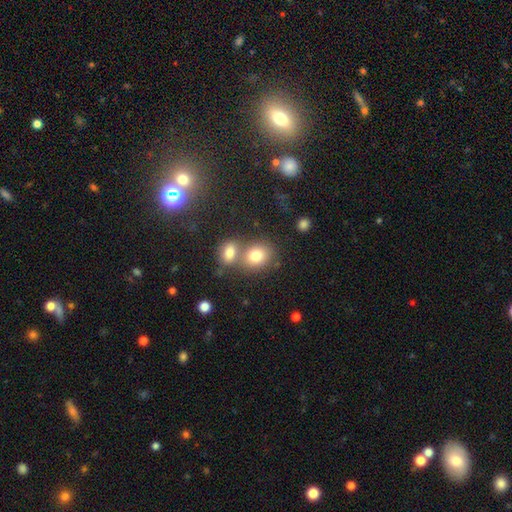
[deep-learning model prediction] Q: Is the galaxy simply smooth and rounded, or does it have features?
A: smooth — 79%.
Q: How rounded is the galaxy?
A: round — 52%.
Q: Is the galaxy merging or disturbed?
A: none — 45%.